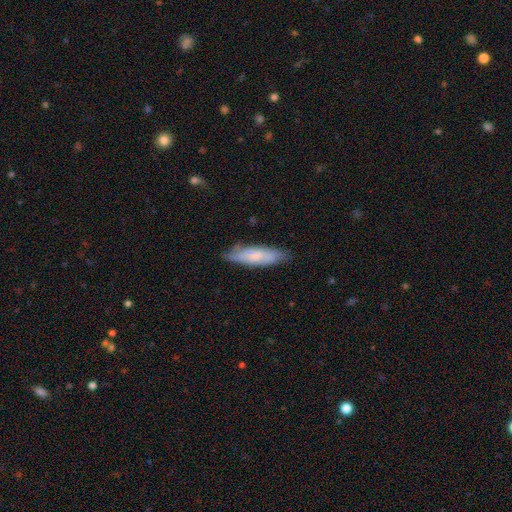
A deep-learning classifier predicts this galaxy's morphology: Q: Smooth or featured?
A: smooth (63%); runner-up: featured or disk (30%)
Q: How rounded?
A: cigar-shaped (64%); runner-up: in between (35%)
Q: Merging?
A: none (80%); runner-up: minor disturbance (16%)